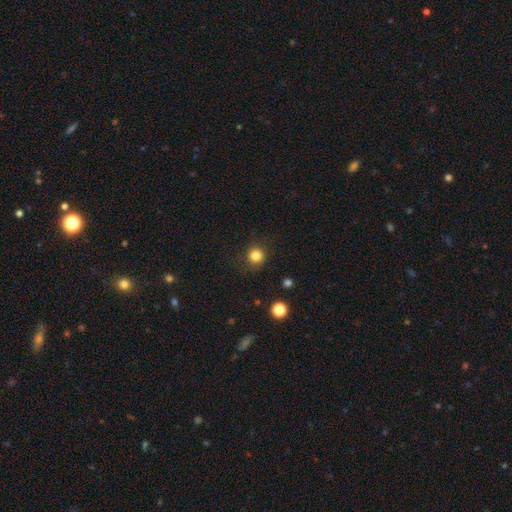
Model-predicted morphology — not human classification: A smooth galaxy with no disk features (83%) that is round (93%). Merging: none (86%).